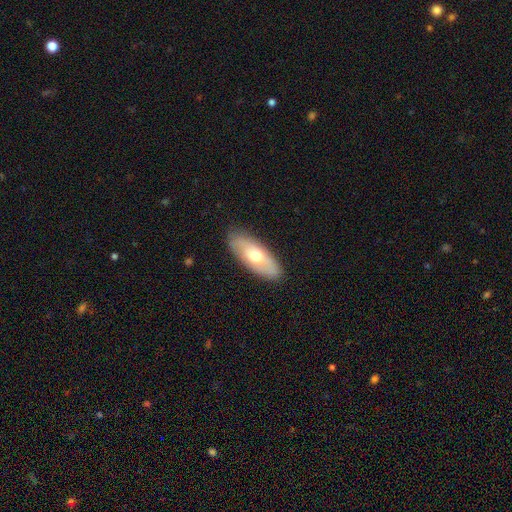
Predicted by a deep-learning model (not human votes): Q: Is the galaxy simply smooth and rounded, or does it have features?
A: smooth — 58%.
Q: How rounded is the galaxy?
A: in between — 78%.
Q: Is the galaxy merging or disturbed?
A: none — 85%.